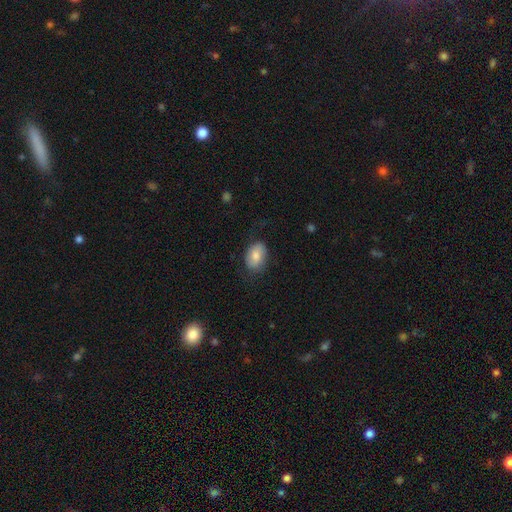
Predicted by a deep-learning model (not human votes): Smooth or featured? smooth (78%)
How rounded? in between (85%)
Merging? none (73%)